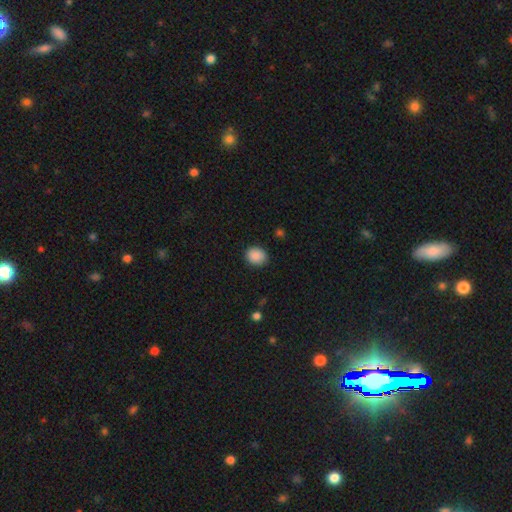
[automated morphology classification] smooth-or-featured: smooth: 89% | star or artifact: 8% | featured or disk: 3%
  how-rounded: round: 62% | in between: 37% | cigar-shaped: 1%
  merging: none: 86% | minor disturbance: 10% | major disturbance: 2% | merger: 1%